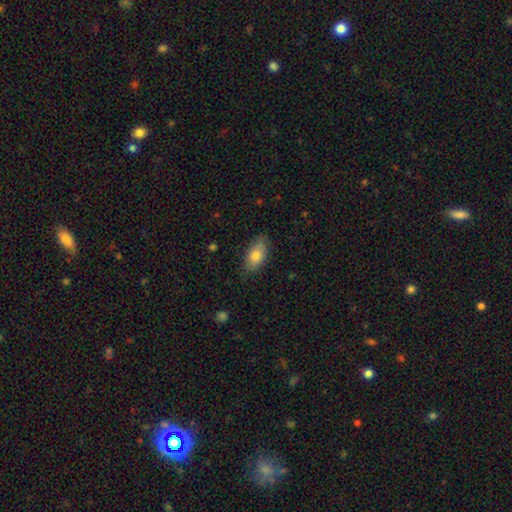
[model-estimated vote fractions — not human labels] This appears to be a smooth galaxy with no disk features (78%) that is in between round and cigar-shaped (91%). Merging: none (77%).